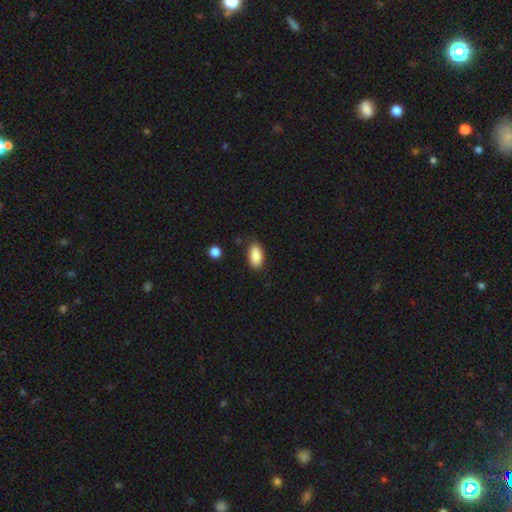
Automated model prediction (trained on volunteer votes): A smooth galaxy with no disk features (88%) that is in between round and cigar-shaped (92%). Merging: none (82%).